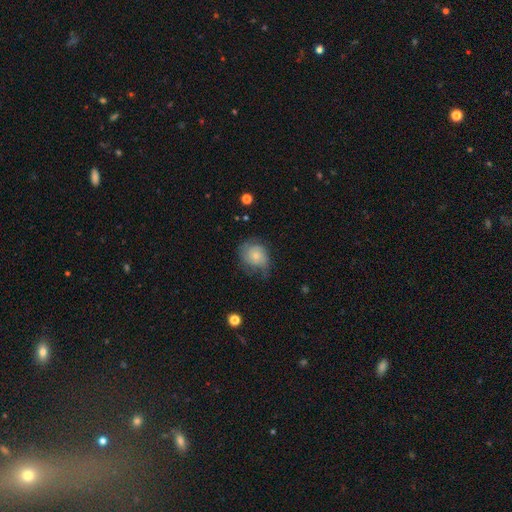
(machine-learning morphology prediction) smooth_or_featured: smooth (p=0.54) [alt: featured or disk p=0.38]
how_rounded: round (p=0.60) [alt: in between p=0.39]
merging: none (p=0.49) [alt: minor disturbance p=0.33]